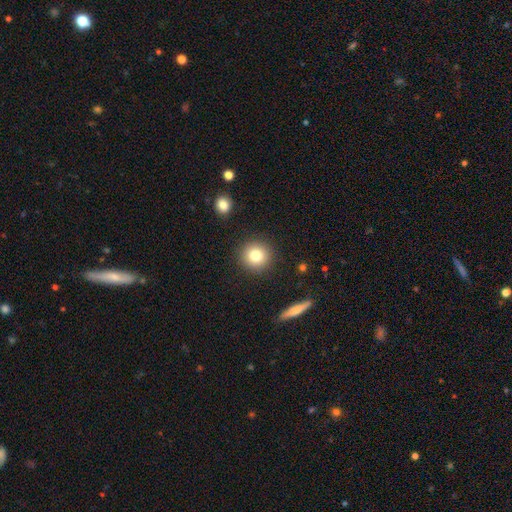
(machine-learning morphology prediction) smooth_or_featured: smooth (p=0.79) [alt: star or artifact p=0.11]
how_rounded: round (p=0.93) [alt: in between p=0.06]
merging: none (p=0.90) [alt: minor disturbance p=0.06]